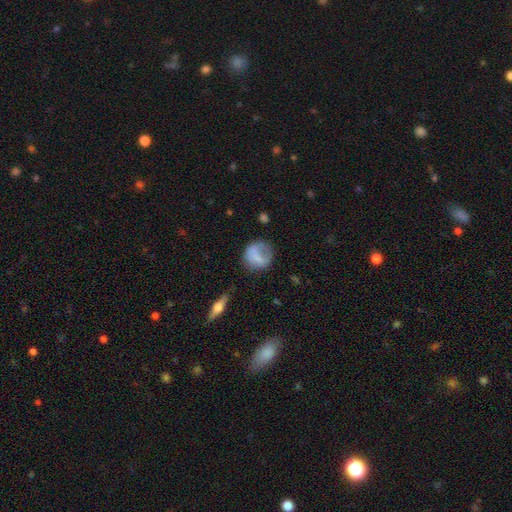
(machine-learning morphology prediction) smooth_or_featured: smooth (p=0.67) [alt: featured or disk p=0.24]
how_rounded: round (p=0.78) [alt: in between p=0.20]
merging: none (p=0.55) [alt: minor disturbance p=0.25]